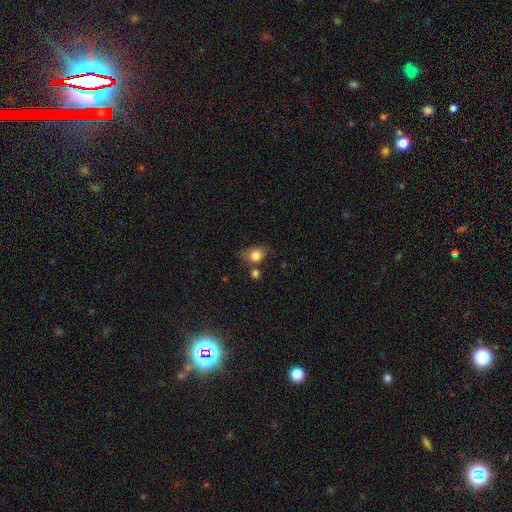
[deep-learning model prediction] Smooth or featured: smooth — 82% (star or artifact — 10%)
How rounded: in between — 56% (round — 43%)
Merging: none — 57% (minor disturbance — 24%)